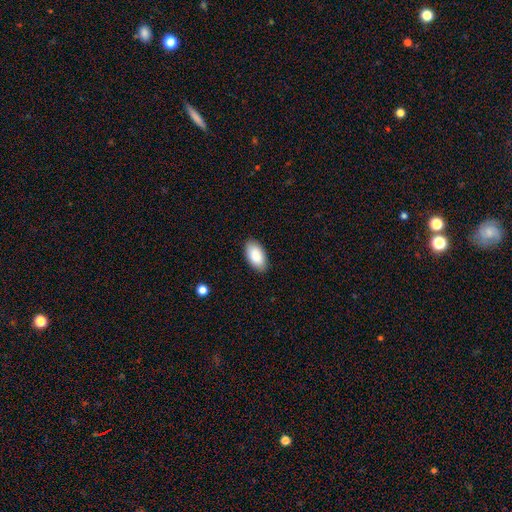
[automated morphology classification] Smooth or featured? smooth (90%)
How rounded? in between (96%)
Merging? none (88%)